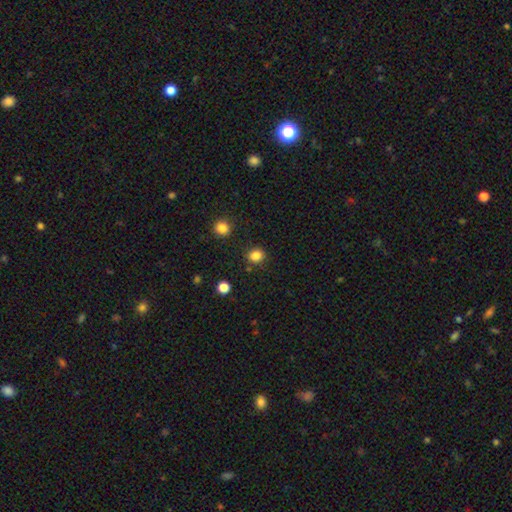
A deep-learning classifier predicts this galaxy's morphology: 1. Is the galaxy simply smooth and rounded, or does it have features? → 84% smooth, 12% star or artifact, 4% featured or disk.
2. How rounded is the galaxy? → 81% round, 18% in between, 1% cigar-shaped.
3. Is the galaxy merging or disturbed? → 87% none, 7% minor disturbance, 3% merger, 3% major disturbance.